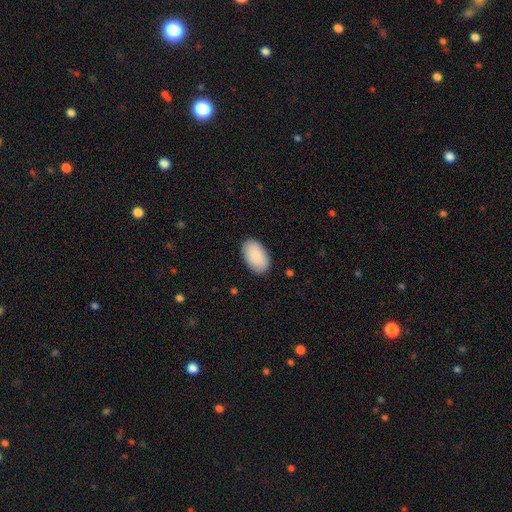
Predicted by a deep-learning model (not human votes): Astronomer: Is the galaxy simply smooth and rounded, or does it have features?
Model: smooth — 90%.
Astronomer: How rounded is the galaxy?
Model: in between — 95%.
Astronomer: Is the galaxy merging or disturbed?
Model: none — 87%.